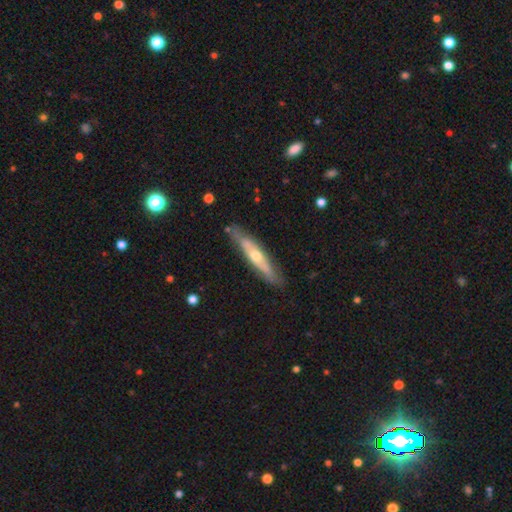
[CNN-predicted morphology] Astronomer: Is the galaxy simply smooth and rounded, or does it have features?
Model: featured or disk — 62%.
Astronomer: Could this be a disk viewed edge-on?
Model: yes — 75%.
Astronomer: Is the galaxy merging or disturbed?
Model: none — 80%.